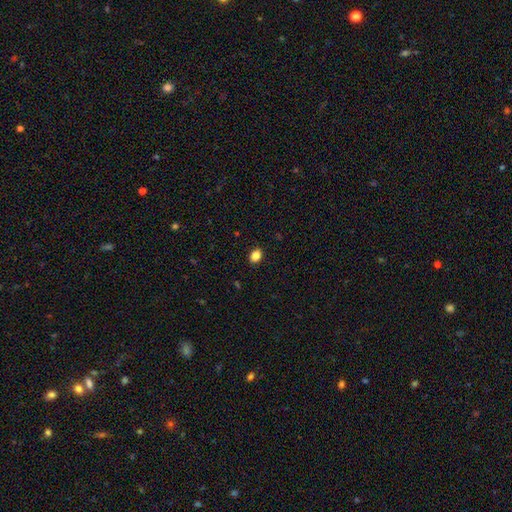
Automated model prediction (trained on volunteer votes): Smooth or featured: smooth — 86% (star or artifact — 10%)
How rounded: in between — 68% (round — 31%)
Merging: none — 90% (minor disturbance — 7%)